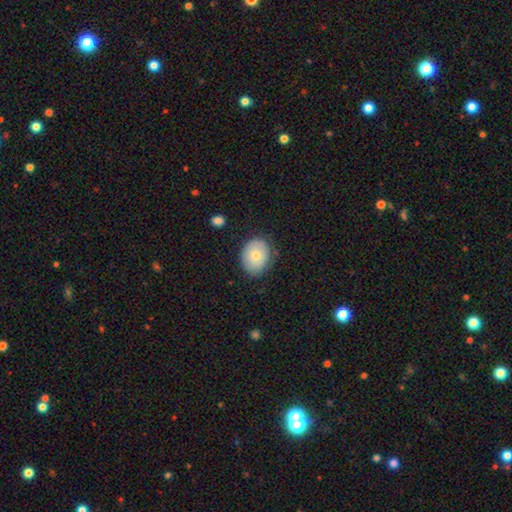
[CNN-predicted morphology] Overall: smooth (70%). How rounded: in between (52%; round 47%). Merging: none (78%).